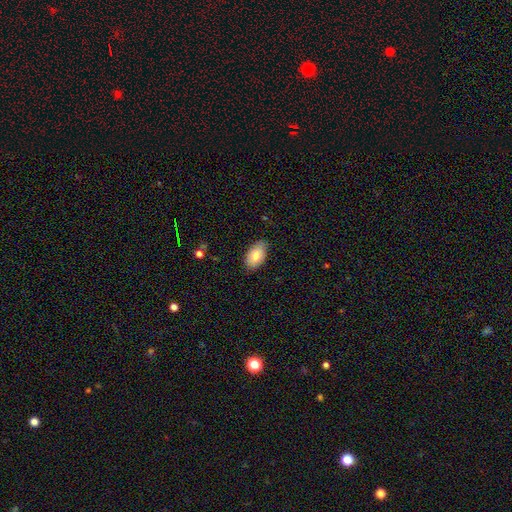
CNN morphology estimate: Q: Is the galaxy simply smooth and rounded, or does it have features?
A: smooth — 79%.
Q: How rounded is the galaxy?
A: in between — 94%.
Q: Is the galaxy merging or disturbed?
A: none — 80%.